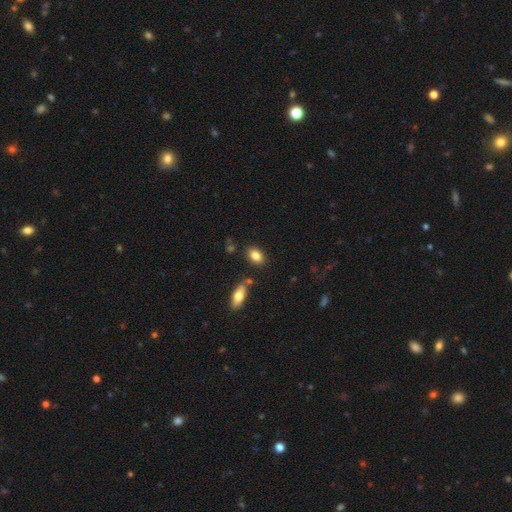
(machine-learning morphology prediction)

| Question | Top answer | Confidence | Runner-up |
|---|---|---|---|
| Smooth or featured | smooth | 84% | featured or disk (8%) |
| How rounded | in between | 85% | round (13%) |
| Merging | none | 80% | minor disturbance (11%) |